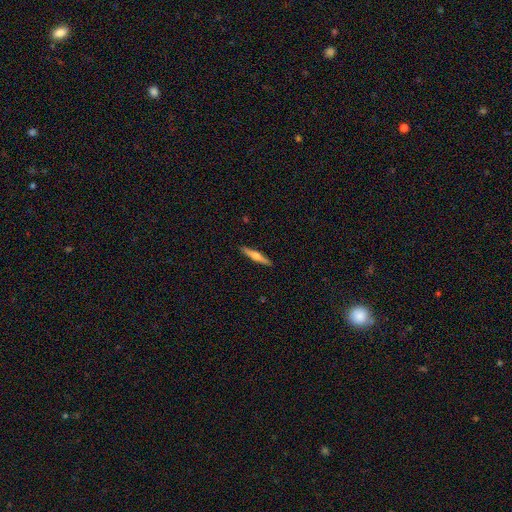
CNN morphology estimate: Smooth or featured?
  - featured or disk: 55% *
  - smooth: 39%
  - star or artifact: 5%
Edge-on disk?
  - yes: 96% *
  - no: 4%
Edge-on bulge?
  - rounded: 88% *
  - none: 6%
  - boxy: 5%
Merging?
  - none: 91% *
  - minor disturbance: 6%
  - major disturbance: 1%
  - merger: 1%